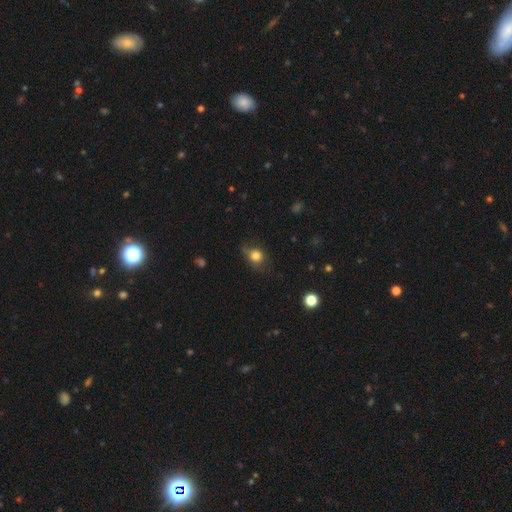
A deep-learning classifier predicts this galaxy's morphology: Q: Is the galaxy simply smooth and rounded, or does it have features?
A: smooth — 76%.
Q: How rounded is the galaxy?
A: round — 67%.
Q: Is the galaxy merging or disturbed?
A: none — 52%.